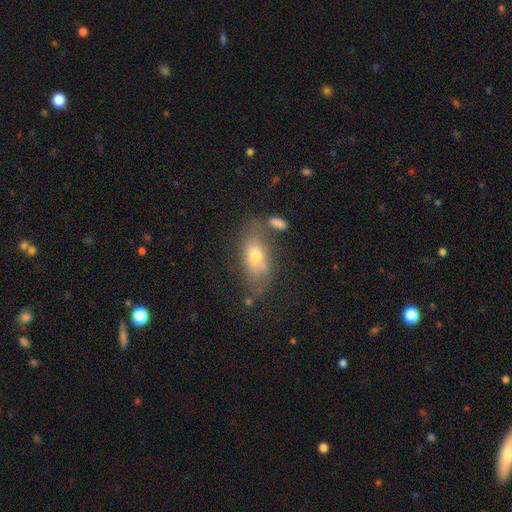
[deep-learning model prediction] Q: Smooth or featured?
A: smooth (61%); runner-up: featured or disk (28%)
Q: How rounded?
A: in between (82%); runner-up: cigar-shaped (11%)
Q: Merging?
A: none (55%); runner-up: minor disturbance (21%)